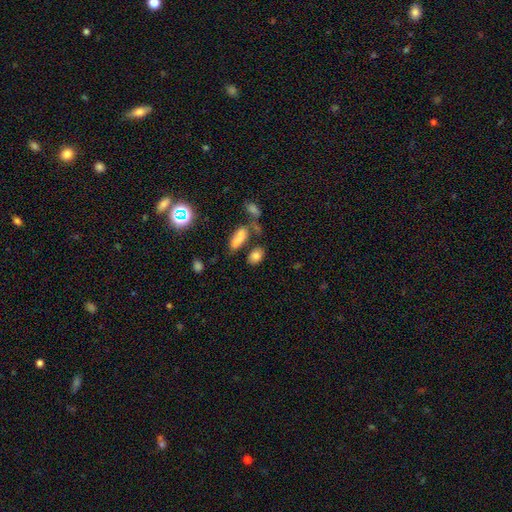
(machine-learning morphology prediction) Smooth or featured? smooth (81%)
How rounded? in between (85%)
Merging? none (65%)